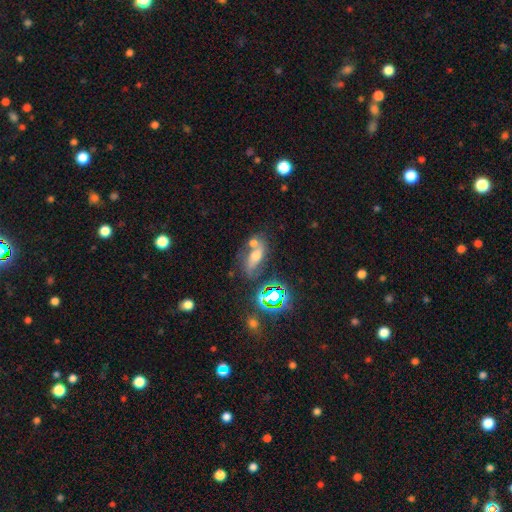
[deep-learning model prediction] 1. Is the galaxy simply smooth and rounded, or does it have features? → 43% smooth, 33% featured or disk, 24% star or artifact.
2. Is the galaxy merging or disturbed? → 42% none, 36% merger, 14% minor disturbance, 9% major disturbance.